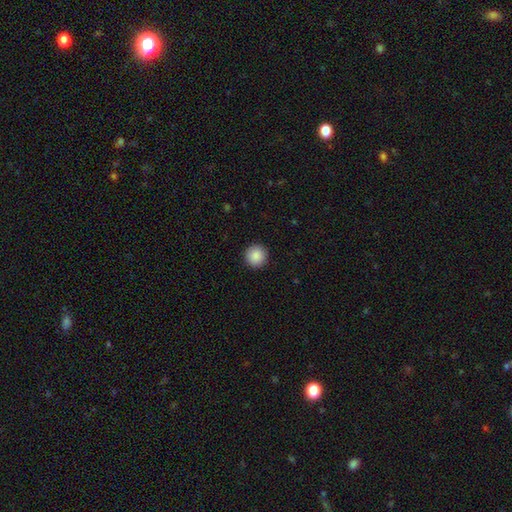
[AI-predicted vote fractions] A smooth galaxy with no disk features (89%) that is round (96%).

Vote fractions:
- Smooth or featured? smooth: 89% / star or artifact: 8% / featured or disk: 3%
- How rounded? round: 96% / in between: 3% / cigar-shaped: 1%
- Merging? none: 93% / minor disturbance: 4% / major disturbance: 2% / merger: 1%